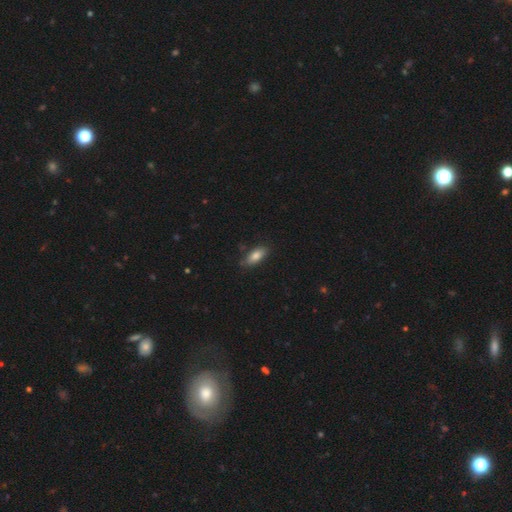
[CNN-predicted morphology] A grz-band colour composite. It shows a smooth galaxy with no disk features (82%) that is in between round and cigar-shaped (81%). Merging: none (79%).